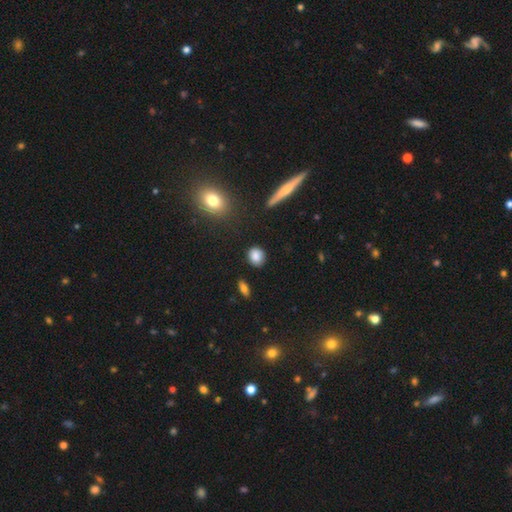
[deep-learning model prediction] Overall: smooth (85%). How rounded: round (68%; in between 30%). Merging: none (84%).